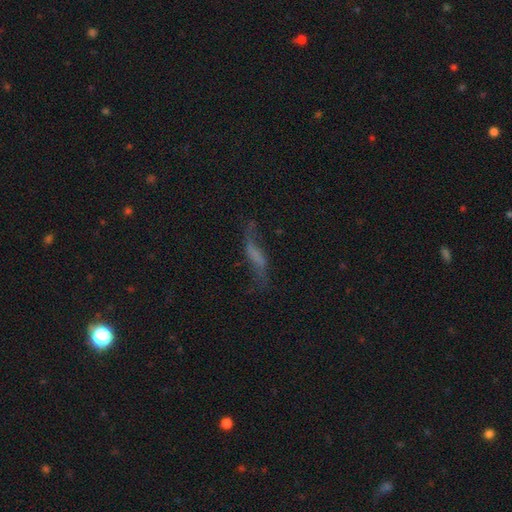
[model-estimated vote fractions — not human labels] Smooth or featured?
  - featured or disk: 59% *
  - smooth: 27%
  - star or artifact: 14%
Edge-on disk?
  - no: 79% *
  - yes: 21%
Merging?
  - none: 50% *
  - major disturbance: 25%
  - minor disturbance: 21%
  - merger: 4%